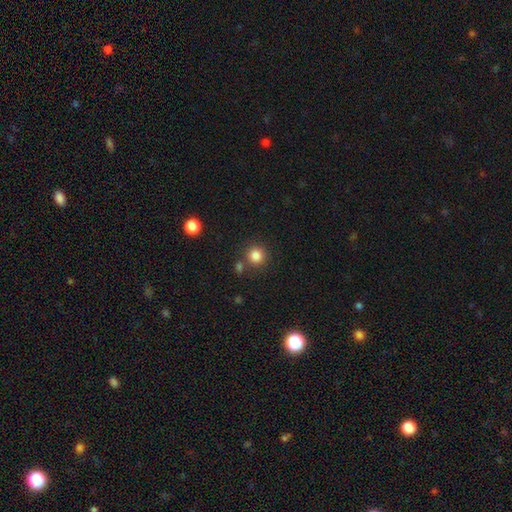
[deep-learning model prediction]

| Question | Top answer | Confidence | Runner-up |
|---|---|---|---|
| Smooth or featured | smooth | 84% | star or artifact (12%) |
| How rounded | round | 92% | in between (7%) |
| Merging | none | 77% | merger (11%) |